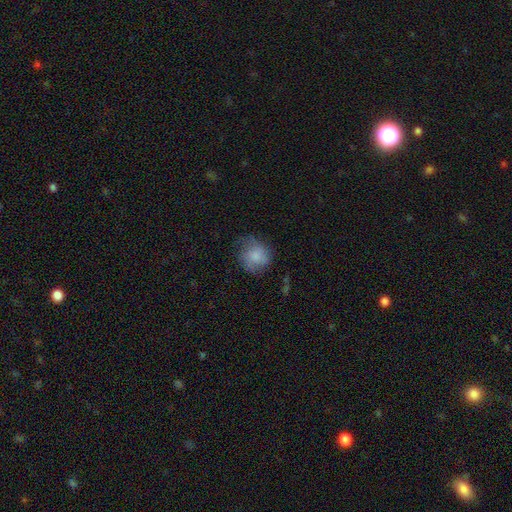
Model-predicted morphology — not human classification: A smooth galaxy with no disk features (71%) that is round (79%). Merging: none (53%).